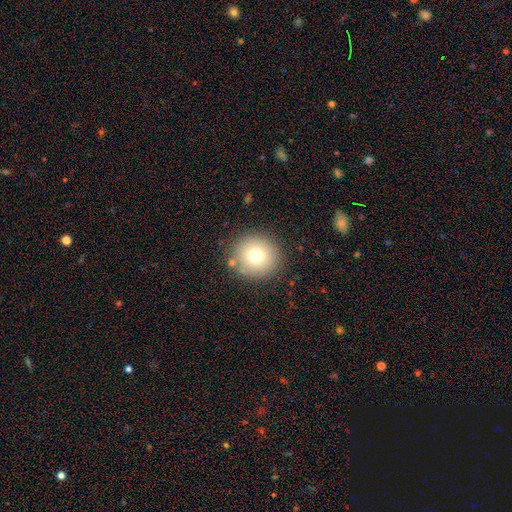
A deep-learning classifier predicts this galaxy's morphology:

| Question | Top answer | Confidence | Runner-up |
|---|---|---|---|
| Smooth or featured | smooth | 75% | star or artifact (13%) |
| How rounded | round | 93% | in between (6%) |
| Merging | none | 87% | minor disturbance (8%) |